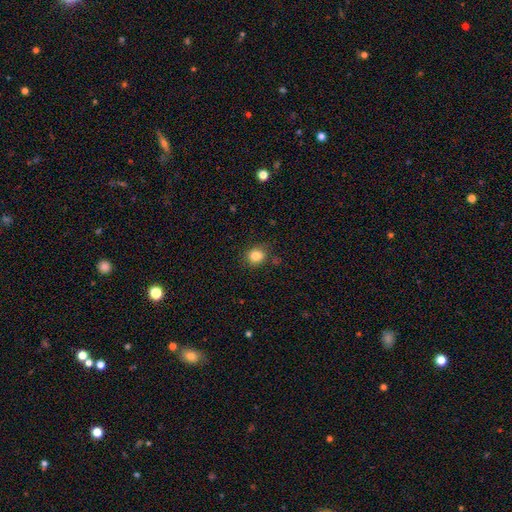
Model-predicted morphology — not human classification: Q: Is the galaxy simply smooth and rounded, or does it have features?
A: smooth — 83%.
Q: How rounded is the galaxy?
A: round — 72%.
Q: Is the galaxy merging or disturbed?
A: none — 78%.